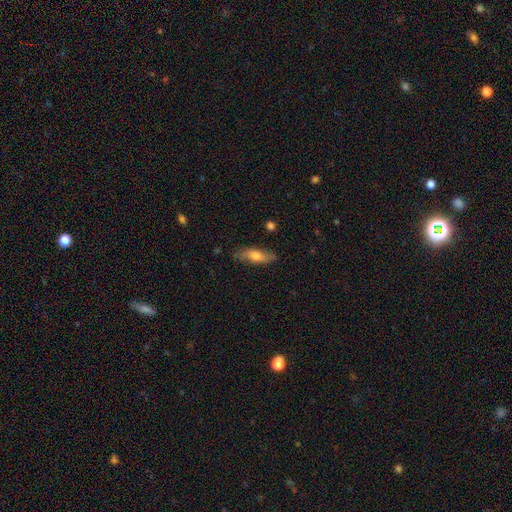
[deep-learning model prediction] This is possibly a smooth galaxy (59%). How rounded: possibly in between (51%). Merging: likely none (77%).